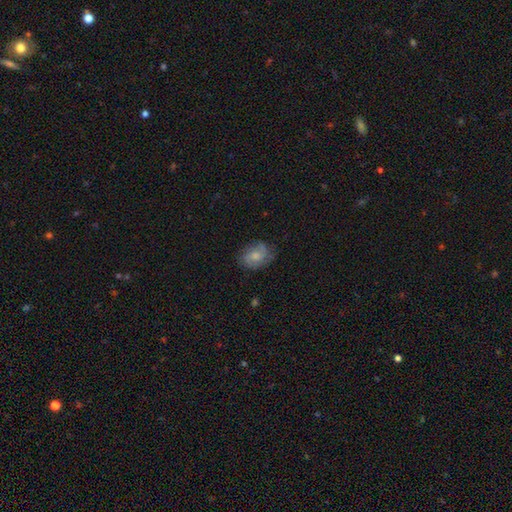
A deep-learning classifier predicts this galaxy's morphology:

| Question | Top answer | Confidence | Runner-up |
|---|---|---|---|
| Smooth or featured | smooth | 48% | featured or disk (44%) |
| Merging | none | 66% | minor disturbance (24%) |